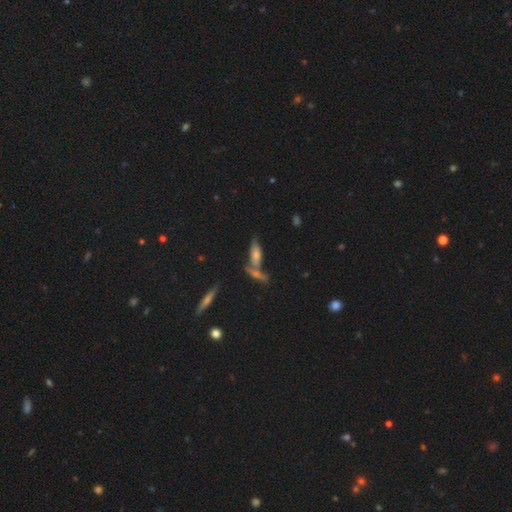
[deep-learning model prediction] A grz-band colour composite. It shows a smooth galaxy with no disk features (53%) that is in between round and cigar-shaped (61%). Merging: none (43%).